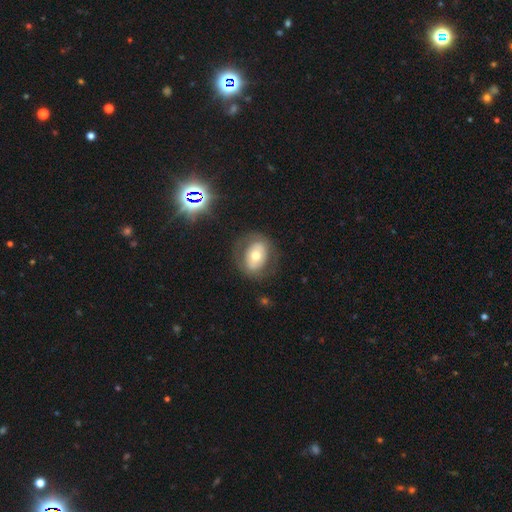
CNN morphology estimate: smooth 51%, featured or disk 41%, star or artifact 8%. Down the decision tree: how rounded — in between (56%); merging — none (75%).